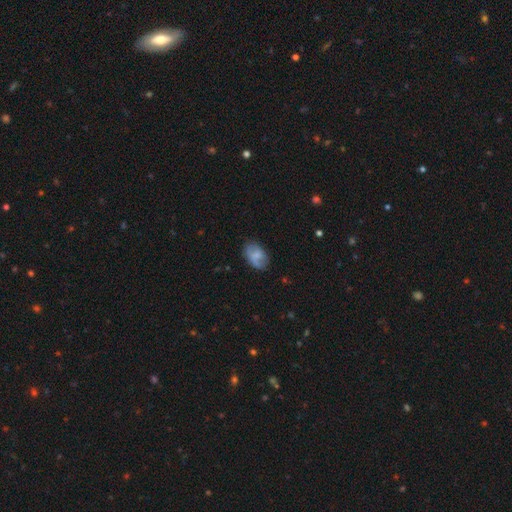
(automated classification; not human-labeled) Smooth or featured? Predicted: smooth (p=0.65). How rounded? Predicted: in between (p=0.88). Merging? Predicted: none (p=0.62).